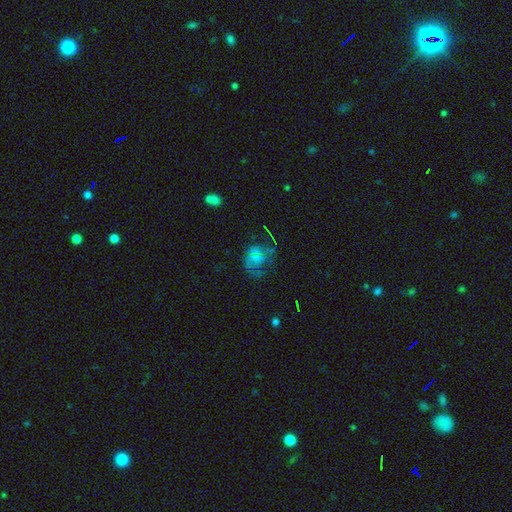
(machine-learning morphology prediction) A featured or disk galaxy (44%). Merging: major disturbance (41%).